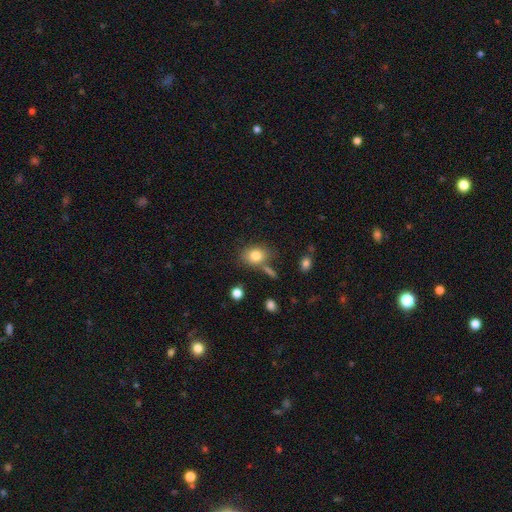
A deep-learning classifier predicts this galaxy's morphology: This is clearly a smooth galaxy (81%). How rounded: possibly in between (57%). Merging: likely none (70%).